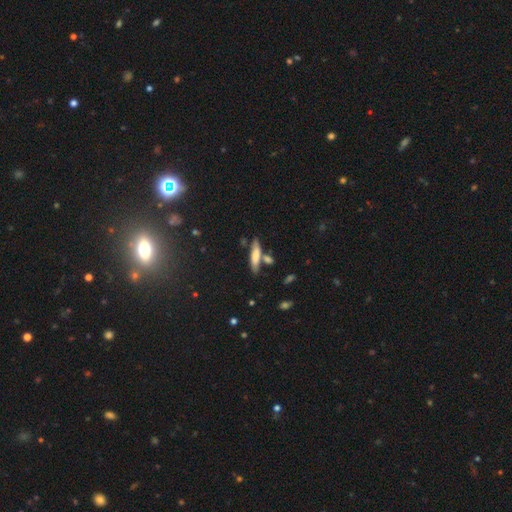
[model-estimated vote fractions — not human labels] Overall: smooth (68%). How rounded: cigar-shaped (78%). Merging: none (68%).